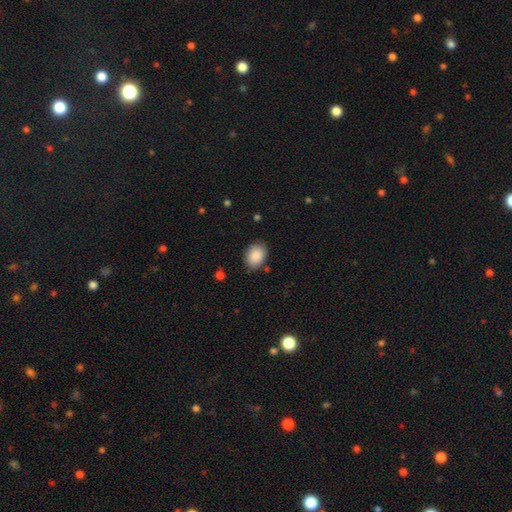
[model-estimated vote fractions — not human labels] A smooth galaxy with no disk features (89%) that is in between round and cigar-shaped (74%). Merging: none (83%).